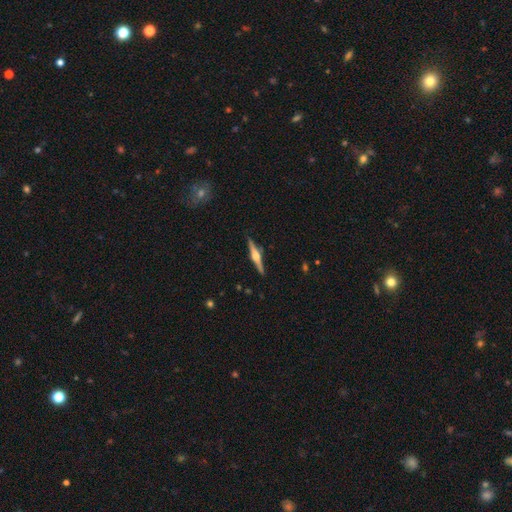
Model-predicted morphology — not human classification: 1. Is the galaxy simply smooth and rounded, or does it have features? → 82% featured or disk, 13% smooth, 5% star or artifact.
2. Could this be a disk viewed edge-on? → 98% yes, 2% no.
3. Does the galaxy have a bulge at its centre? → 93% rounded, 5% boxy, 2% none.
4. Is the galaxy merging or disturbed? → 91% none, 6% minor disturbance, 1% major disturbance, 1% merger.